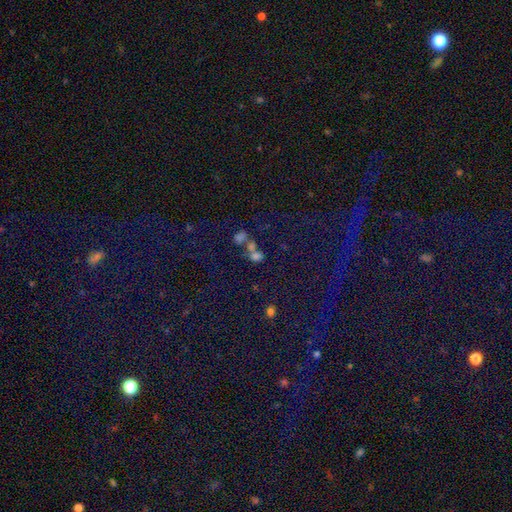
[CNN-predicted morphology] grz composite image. It shows a smooth galaxy with no disk features (49%). Merging: merger (48%).